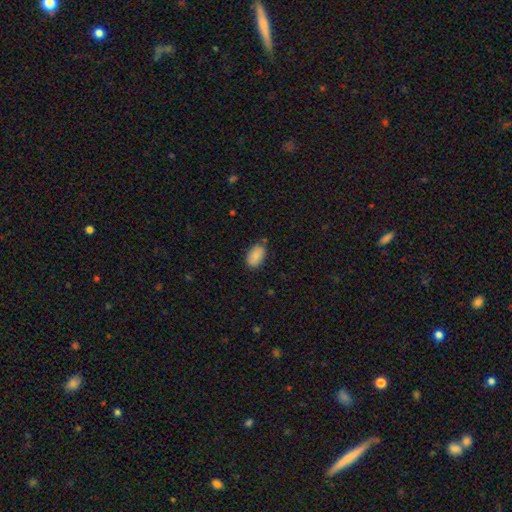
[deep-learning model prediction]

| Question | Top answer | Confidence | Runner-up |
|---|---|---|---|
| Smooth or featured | smooth | 88% | star or artifact (7%) |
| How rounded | in between | 92% | round (6%) |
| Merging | none | 80% | minor disturbance (15%) |